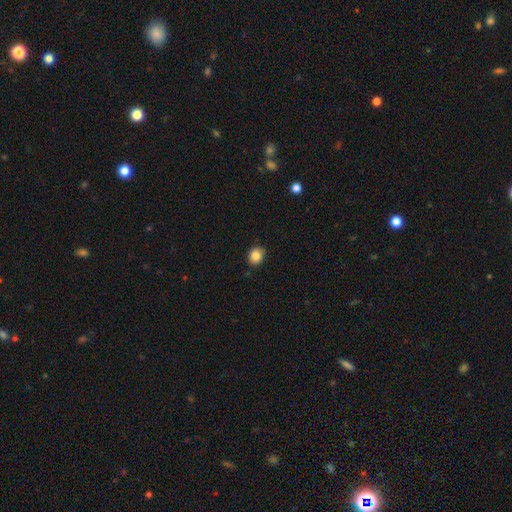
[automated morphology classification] Q: Smooth or featured?
A: smooth (86%); runner-up: star or artifact (10%)
Q: How rounded?
A: round (66%); runner-up: in between (34%)
Q: Merging?
A: none (88%); runner-up: minor disturbance (9%)